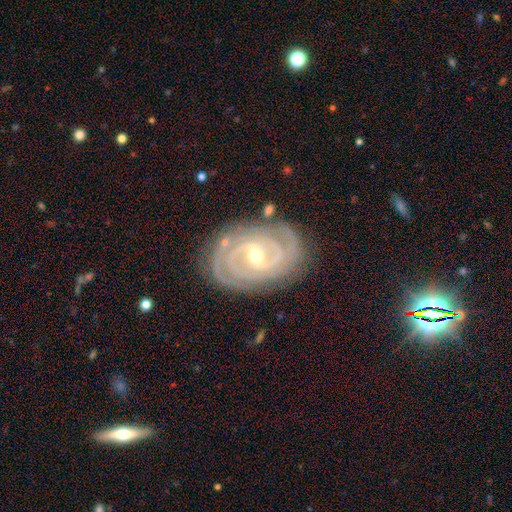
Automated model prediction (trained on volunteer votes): smooth-or-featured: featured or disk: 91% | star or artifact: 5% | smooth: 4%
  disk-edge-on: no: 97% | yes: 3%
    bar: weak: 44% | strong: 30% | no: 26%
    has-spiral-arms: yes: 98% | no: 2%
      spiral-winding: tight: 81% | medium: 17% | loose: 2%
      spiral-arm-count: 2: 44% | 3: 23% | can't tell: 12% | 4: 11% | more than 4: 5% | 1: 5%
    bulge-size: small: 57% | moderate: 41% | large: 1% | none: 1% | dominant: 1%
  merging: none: 82% | minor disturbance: 13% | major disturbance: 3% | merger: 2%